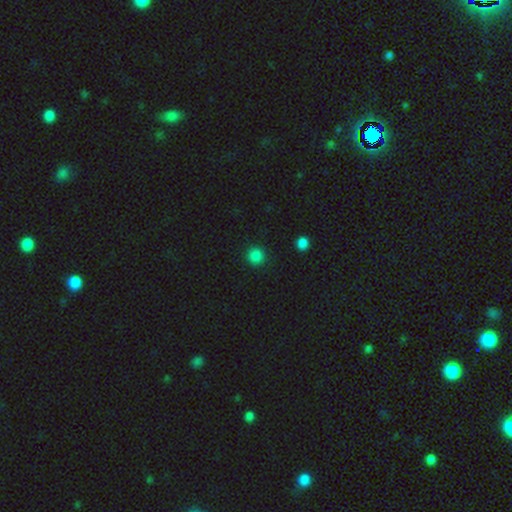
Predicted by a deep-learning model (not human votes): Morphology: type=smooth (84%); roundness=round (94%); merging=none (92%).